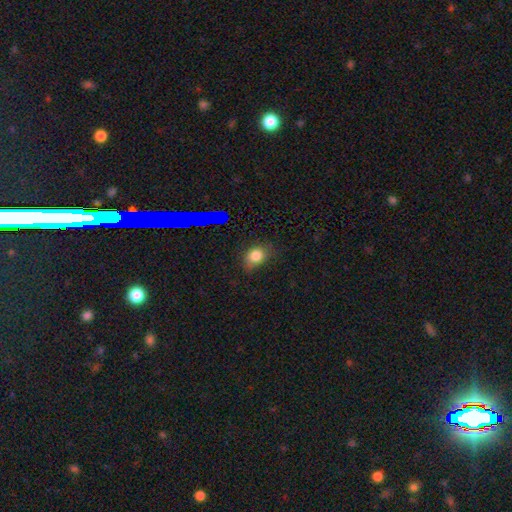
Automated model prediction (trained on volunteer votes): A smooth galaxy with no disk features (79%) that is in between round and cigar-shaped (59%). Merging: none (67%).